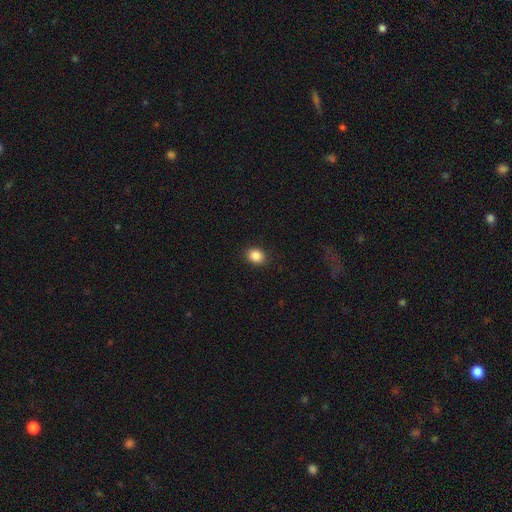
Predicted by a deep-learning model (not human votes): smooth 87%, star or artifact 10%, featured or disk 4%. Down the decision tree: how rounded — round (55%); merging — none (90%).